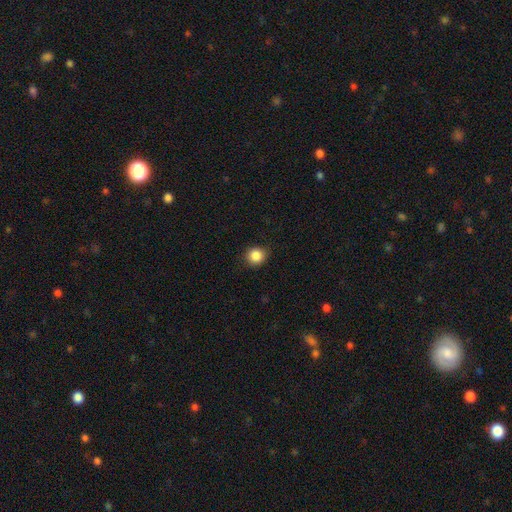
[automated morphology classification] smooth_or_featured: smooth (p=0.86) [alt: star or artifact p=0.10]
how_rounded: round (p=0.89) [alt: in between p=0.10]
merging: none (p=0.87) [alt: minor disturbance p=0.10]